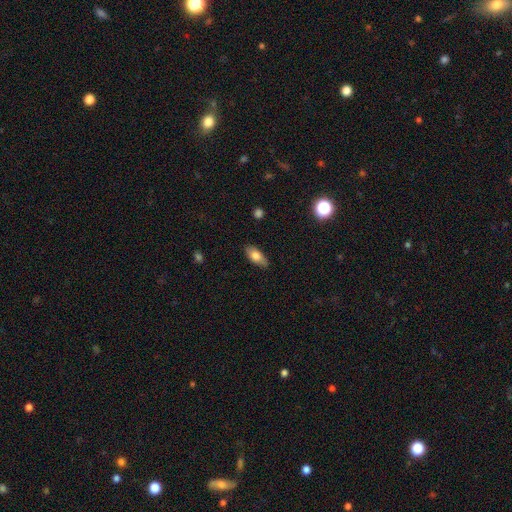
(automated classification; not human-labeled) Smooth or featured? Predicted: smooth (p=0.76). How rounded? Predicted: in between (p=0.84). Merging? Predicted: none (p=0.85).